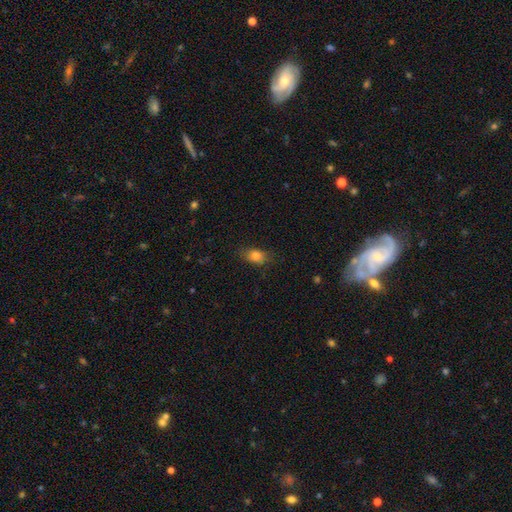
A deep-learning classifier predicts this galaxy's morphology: A smooth galaxy with no disk features (81%) that is in between round and cigar-shaped (79%). Merging: none (77%).